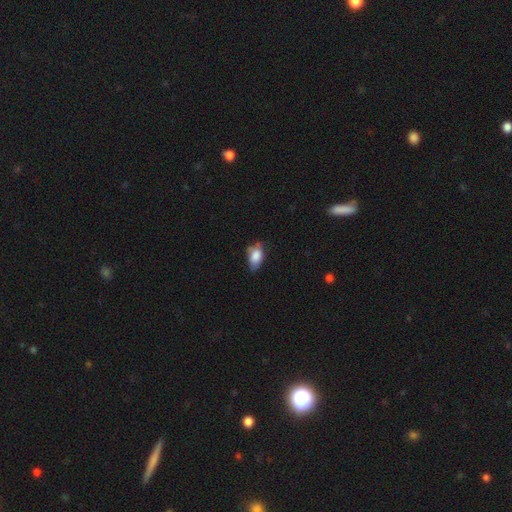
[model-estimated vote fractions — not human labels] smooth_or_featured: smooth (p=0.80) [alt: featured or disk p=0.12]
how_rounded: in between (p=0.91) [alt: round p=0.06]
merging: none (p=0.50) [alt: minor disturbance p=0.38]